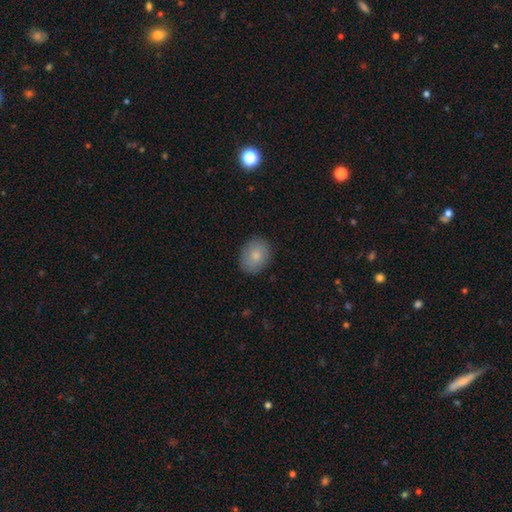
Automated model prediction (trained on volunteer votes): smooth 81%, featured or disk 12%, star or artifact 7%. Down the decision tree: how rounded — in between (58%); merging — none (85%).